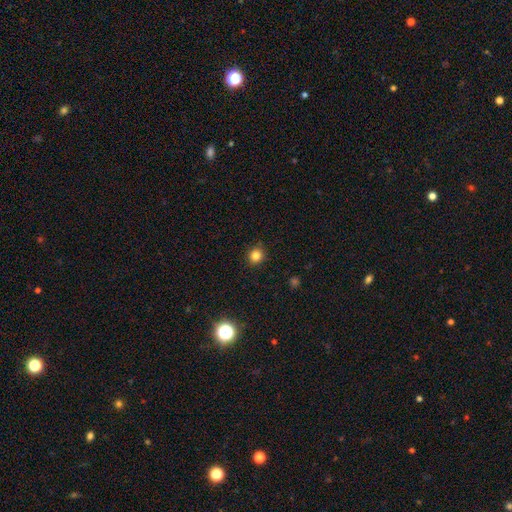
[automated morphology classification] smooth_or_featured: smooth (p=0.82) [alt: star or artifact p=0.13]
how_rounded: round (p=0.91) [alt: in between p=0.08]
merging: none (p=0.91) [alt: minor disturbance p=0.06]